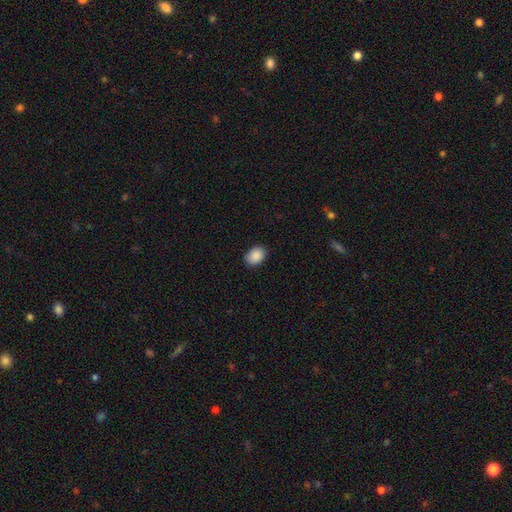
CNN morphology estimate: smooth-or-featured: smooth: 89% | star or artifact: 8% | featured or disk: 3%
  how-rounded: in between: 72% | round: 27% | cigar-shaped: 1%
  merging: none: 87% | minor disturbance: 10% | major disturbance: 2% | merger: 1%